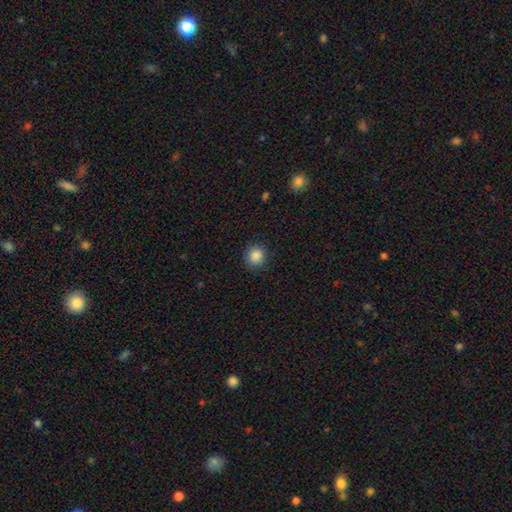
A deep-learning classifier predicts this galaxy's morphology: smooth 87%, star or artifact 10%, featured or disk 3%. Down the decision tree: how rounded — round (86%); merging — none (89%).